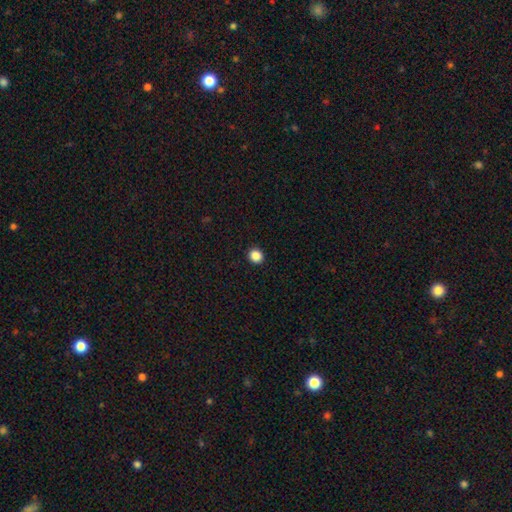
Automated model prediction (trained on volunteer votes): Morphology: type=smooth (87%); roundness=round (86%); merging=none (93%).